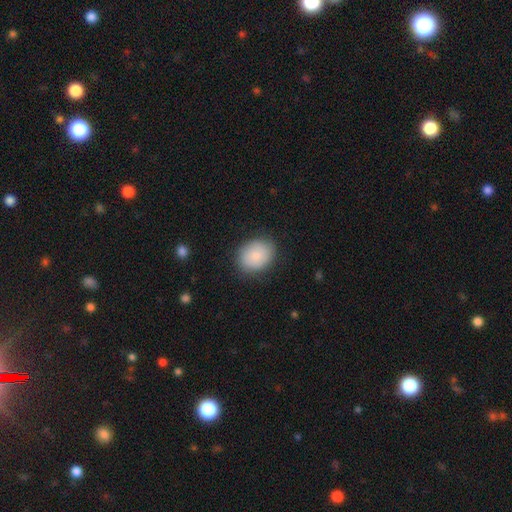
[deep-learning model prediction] Overall: smooth (84%). How rounded: in between (56%; round 43%). Merging: none (82%).